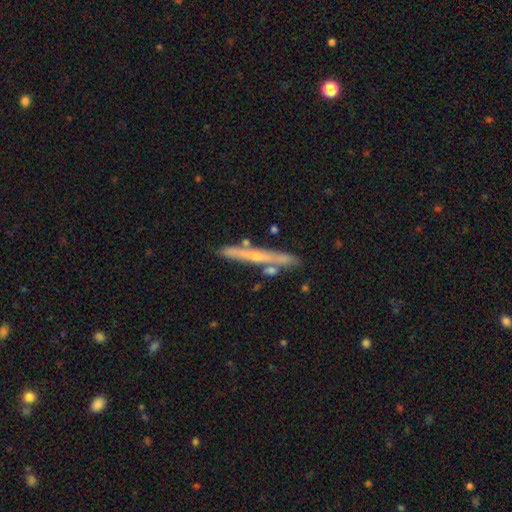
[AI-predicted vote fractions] Smooth or featured: featured or disk — 62% (smooth — 32%)
Edge-on disk: yes — 95% (no — 5%)
Edge-on bulge: rounded — 50% (none — 46%)
Merging: none — 81% (minor disturbance — 11%)